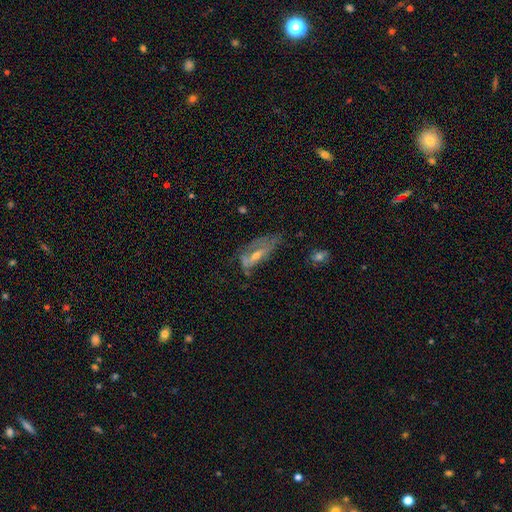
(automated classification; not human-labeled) smooth-or-featured: featured or disk: 58% | smooth: 30% | star or artifact: 12%
  disk-edge-on: no: 77% | yes: 23%
  merging: none: 39% | major disturbance: 30% | minor disturbance: 28% | merger: 4%